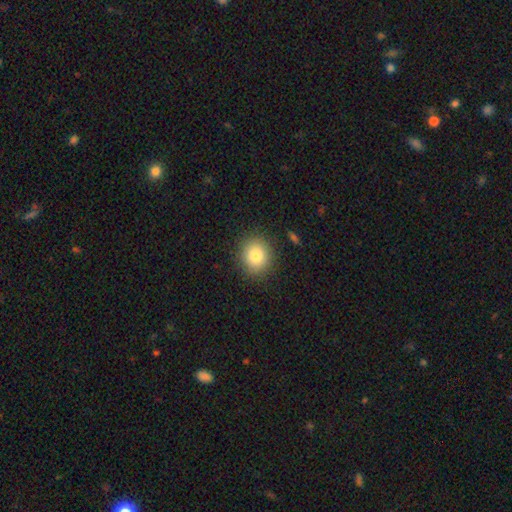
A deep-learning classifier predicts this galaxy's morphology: The model was most divided on "how rounded": round: 79%, in between: 20%, cigar-shaped: 1%. More confident: merging — none (88%); smooth or featured — smooth (82%).